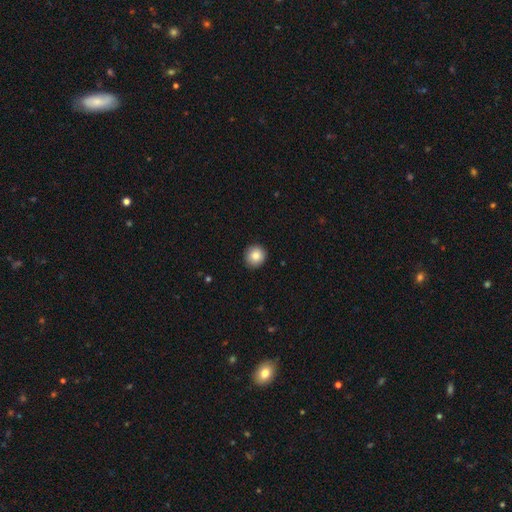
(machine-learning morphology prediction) type=smooth (84%); roundness=round (92%); merging=none (91%).